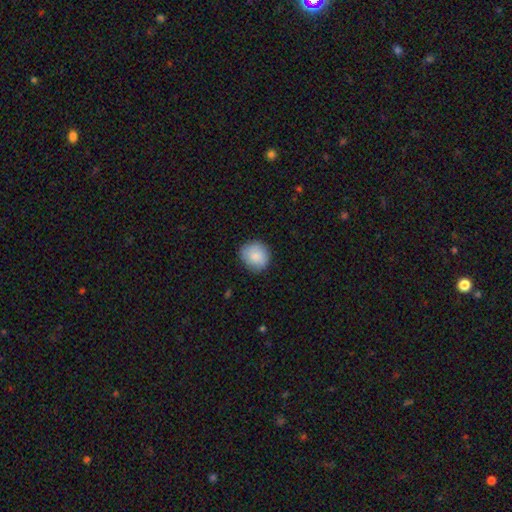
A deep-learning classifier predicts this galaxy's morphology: type=smooth (87%); roundness=round (86%); merging=none (83%).